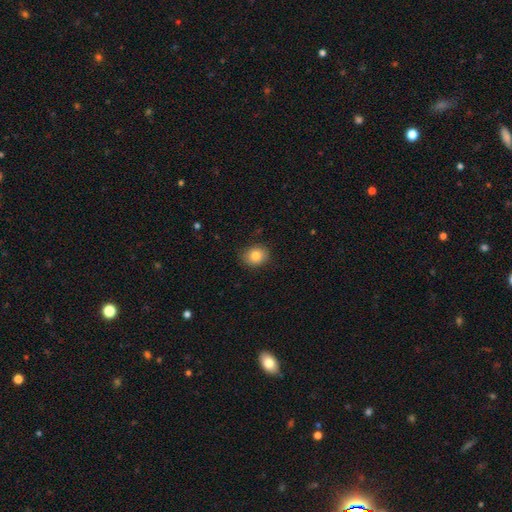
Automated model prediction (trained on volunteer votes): A smooth galaxy with no disk features (82%) that is round (66%). Merging: none (86%).